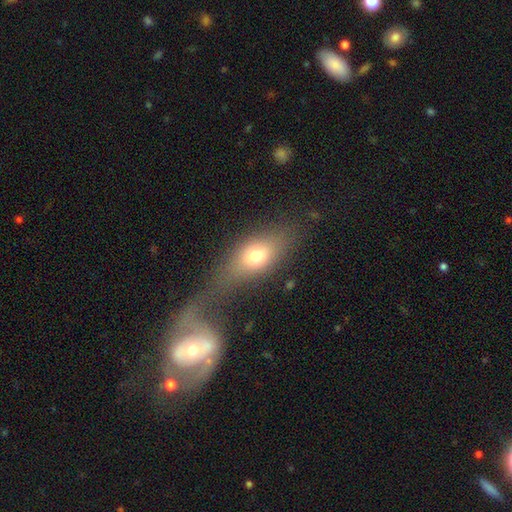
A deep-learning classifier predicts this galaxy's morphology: Smooth or featured? smooth (69%)
How rounded? in between (72%)
Merging? none (45%)